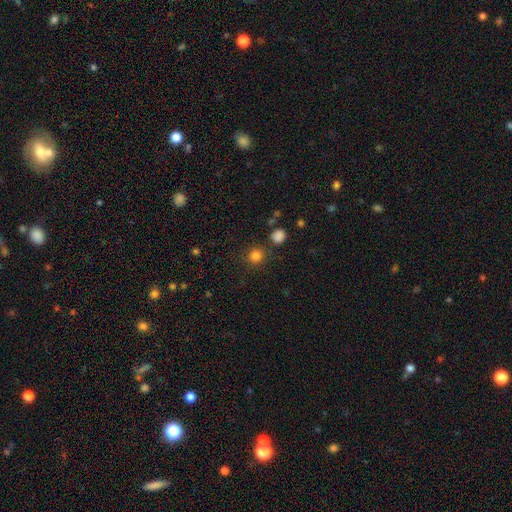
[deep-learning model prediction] Overall: smooth (82%). How rounded: round (91%). Merging: none (84%).